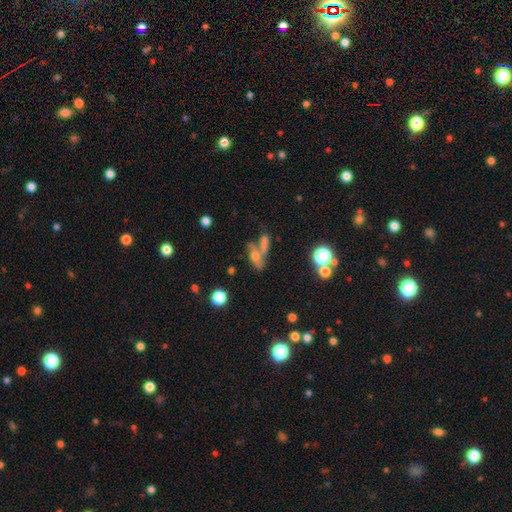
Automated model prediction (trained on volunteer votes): smooth 52%, featured or disk 32%, star or artifact 16%. Down the decision tree: how rounded — in between (53%); merging — merger (42%).